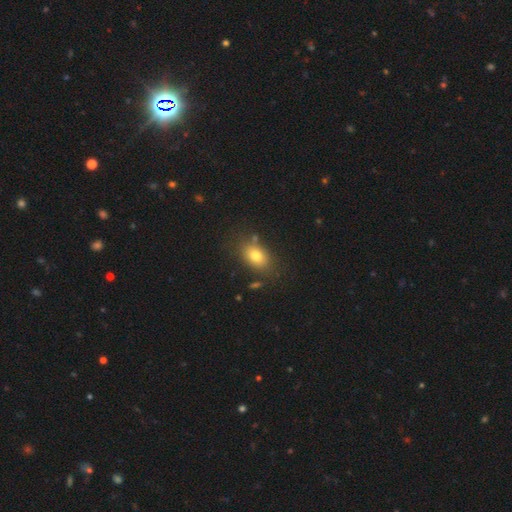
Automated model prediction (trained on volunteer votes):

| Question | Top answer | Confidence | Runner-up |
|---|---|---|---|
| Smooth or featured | smooth | 78% | featured or disk (11%) |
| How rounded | in between | 78% | round (20%) |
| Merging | none | 77% | minor disturbance (13%) |